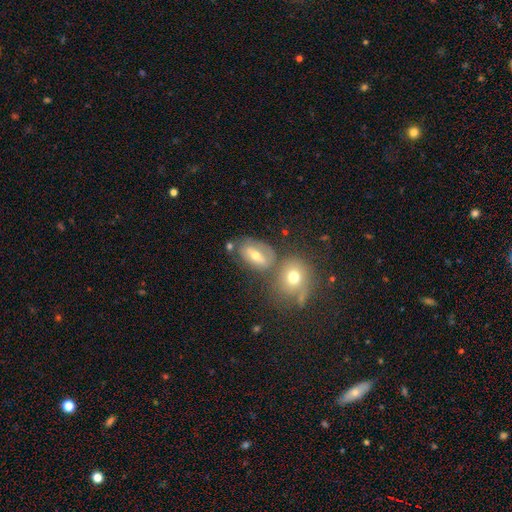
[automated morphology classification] type=featured or disk (49%); merging=none (54%).